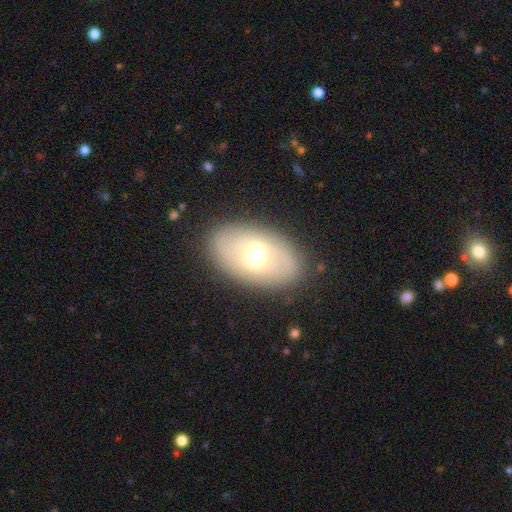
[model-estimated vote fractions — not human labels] Smooth or featured: featured or disk — 56% (smooth — 37%)
Edge-on disk: no — 89% (yes — 11%)
Merging: none — 83% (minor disturbance — 11%)